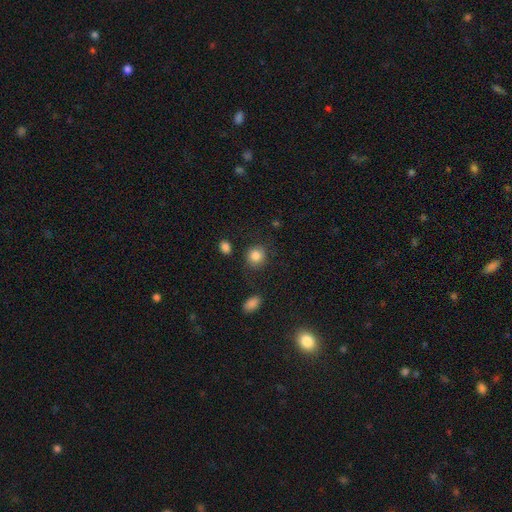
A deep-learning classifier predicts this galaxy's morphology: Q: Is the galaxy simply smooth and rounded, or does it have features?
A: smooth — 85%.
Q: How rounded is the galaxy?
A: round — 83%.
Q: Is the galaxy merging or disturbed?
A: none — 78%.